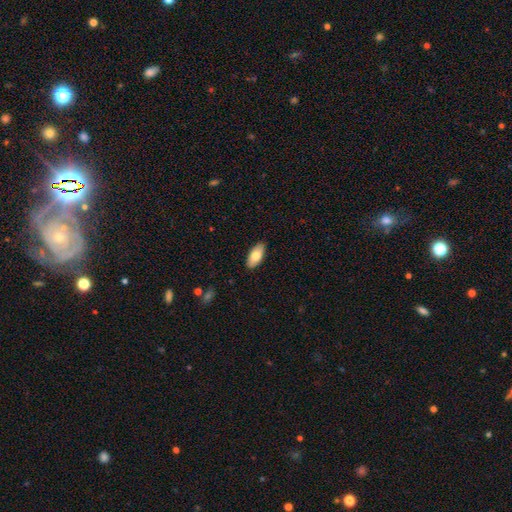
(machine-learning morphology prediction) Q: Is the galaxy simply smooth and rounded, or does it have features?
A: smooth — 79%.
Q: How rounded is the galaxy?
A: in between — 91%.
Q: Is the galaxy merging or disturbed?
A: none — 88%.